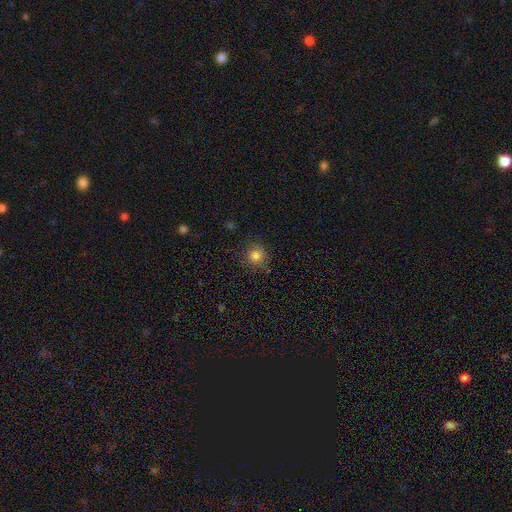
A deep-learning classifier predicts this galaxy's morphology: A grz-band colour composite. It shows a smooth galaxy with no disk features (82%) that is round (92%). Merging: none (84%).